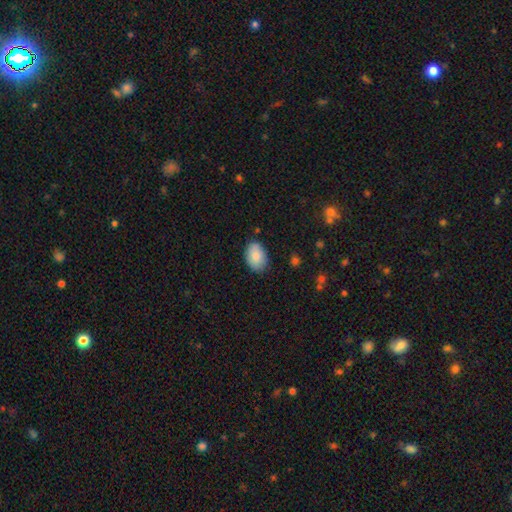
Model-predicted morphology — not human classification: smooth 84%, featured or disk 9%, star or artifact 7%. Down the decision tree: how rounded — in between (84%); merging — none (80%).